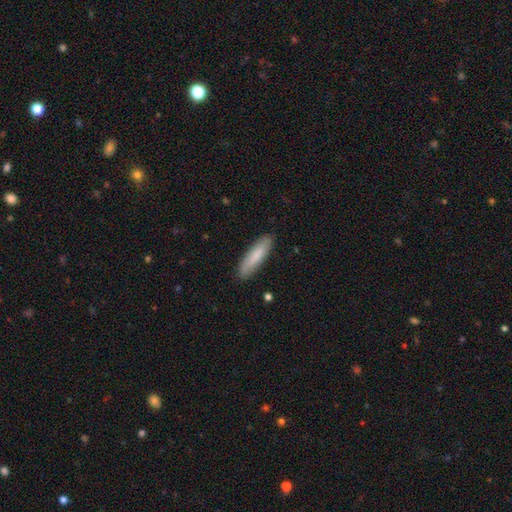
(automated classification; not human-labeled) smooth 82%, featured or disk 13%, star or artifact 5%. Down the decision tree: how rounded — cigar-shaped (69%); merging — none (88%).